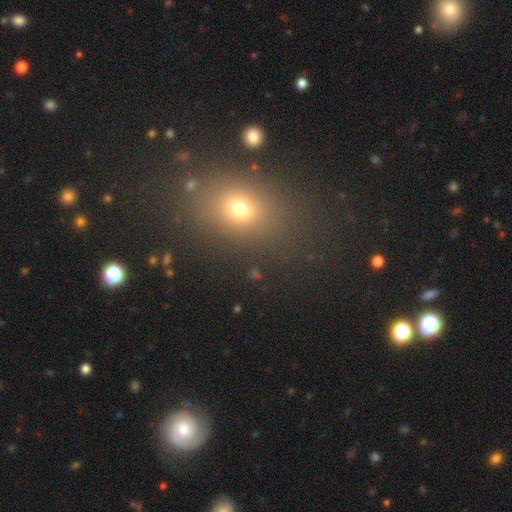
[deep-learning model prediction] Smooth or featured: smooth — 60% (star or artifact — 29%)
How rounded: in between — 59% (round — 39%)
Merging: none — 85% (minor disturbance — 8%)